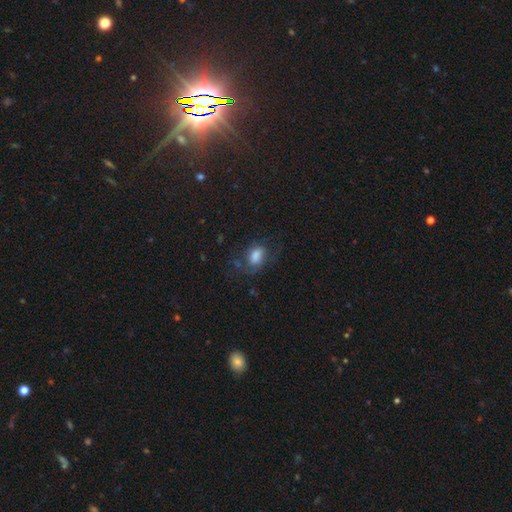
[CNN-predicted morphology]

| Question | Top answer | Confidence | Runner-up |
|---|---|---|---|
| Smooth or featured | smooth | 67% | featured or disk (21%) |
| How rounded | in between | 83% | round (15%) |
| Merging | none | 54% | minor disturbance (25%) |